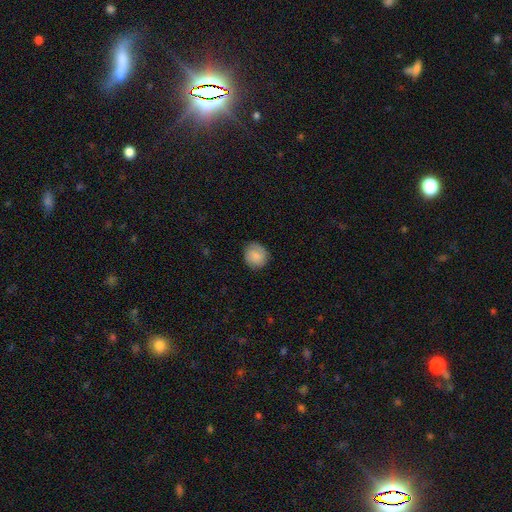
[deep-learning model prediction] Morphology: type=smooth (86%); roundness=round (84%); merging=none (85%).